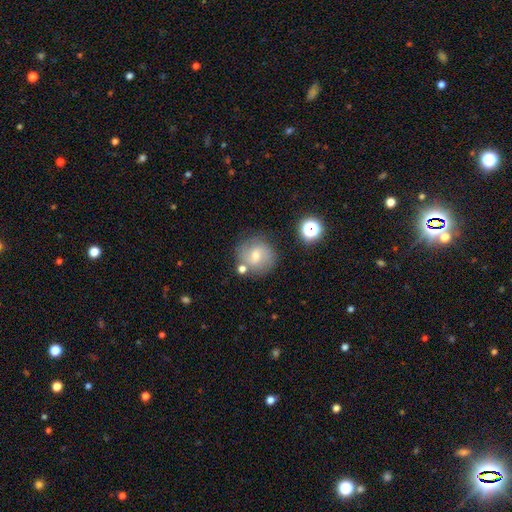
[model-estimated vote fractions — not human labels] Smooth or featured?
  - smooth: 52% *
  - featured or disk: 37%
  - star or artifact: 12%
How rounded?
  - round: 87% *
  - in between: 12%
  - cigar-shaped: 1%
Merging?
  - none: 71% *
  - minor disturbance: 14%
  - merger: 10%
  - major disturbance: 5%